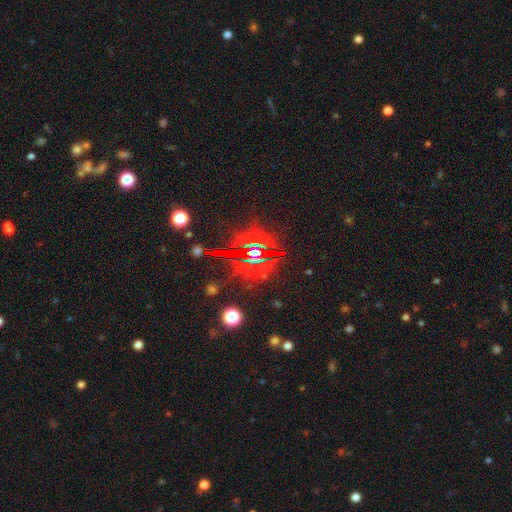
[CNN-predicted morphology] Smooth or featured? Predicted: star or artifact (p=0.79).